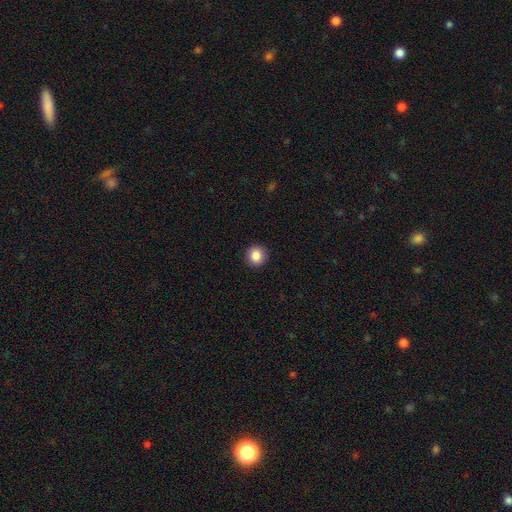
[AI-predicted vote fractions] This is clearly a smooth galaxy (87%). How rounded: clearly round (92%). Merging: clearly none (92%).